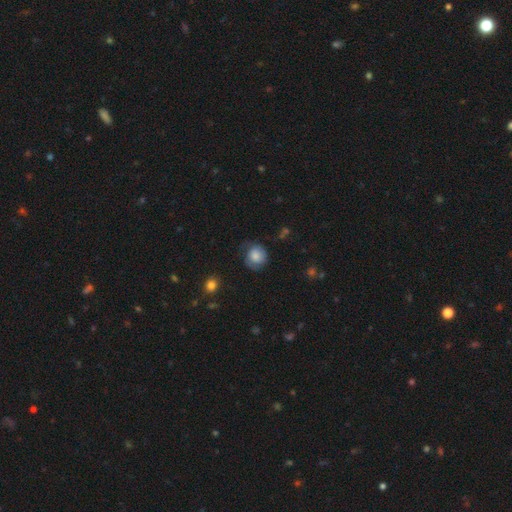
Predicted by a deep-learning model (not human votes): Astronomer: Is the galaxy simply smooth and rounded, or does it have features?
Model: smooth — 61%.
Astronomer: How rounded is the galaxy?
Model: round — 81%.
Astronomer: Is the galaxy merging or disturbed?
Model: none — 60%.